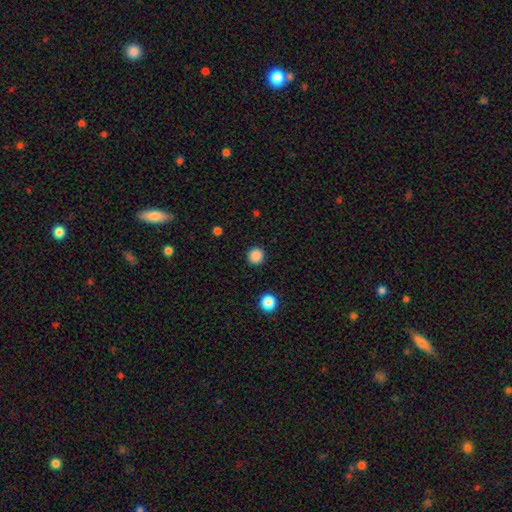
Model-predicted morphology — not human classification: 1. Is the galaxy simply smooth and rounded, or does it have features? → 86% smooth, 12% star or artifact, 2% featured or disk.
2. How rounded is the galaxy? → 95% round, 4% in between, 1% cigar-shaped.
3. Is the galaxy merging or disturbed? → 92% none, 5% minor disturbance, 2% major disturbance, 1% merger.